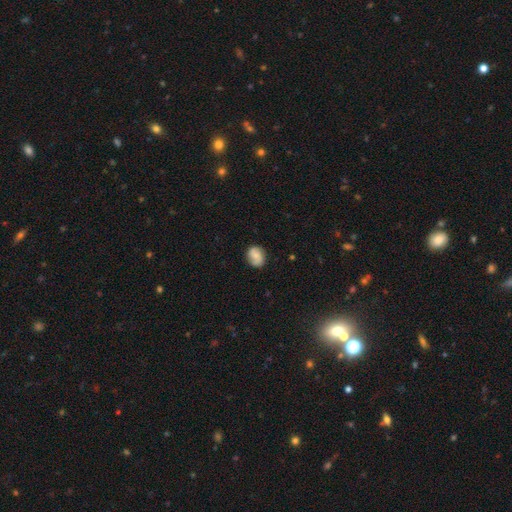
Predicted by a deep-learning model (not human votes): Smooth or featured: smooth — 53% (featured or disk — 38%)
How rounded: in between — 54% (round — 45%)
Merging: none — 79% (minor disturbance — 15%)